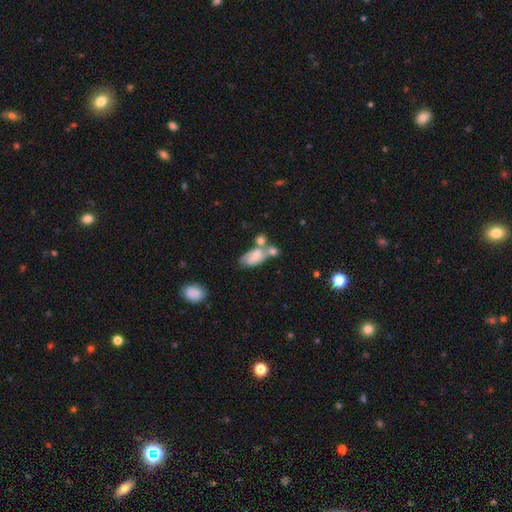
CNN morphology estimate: type=smooth (57%); roundness=in between (86%); merging=merger (46%).